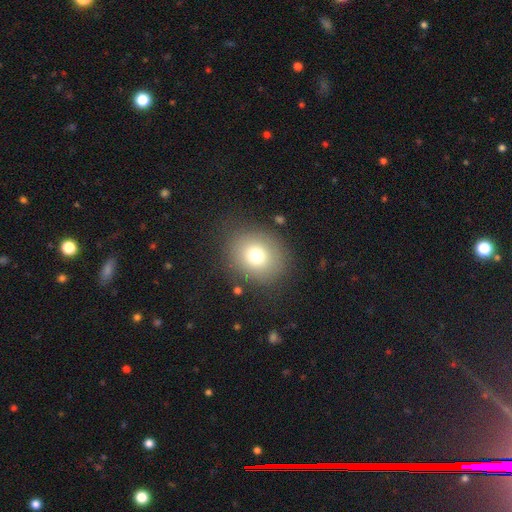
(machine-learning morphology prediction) A smooth galaxy with no disk features (73%) that is round (78%).

Vote fractions:
- Smooth or featured? smooth: 73% / star or artifact: 14% / featured or disk: 13%
- How rounded? round: 78% / in between: 22% / cigar-shaped: 1%
- Merging? none: 82% / minor disturbance: 10% / major disturbance: 6% / merger: 2%